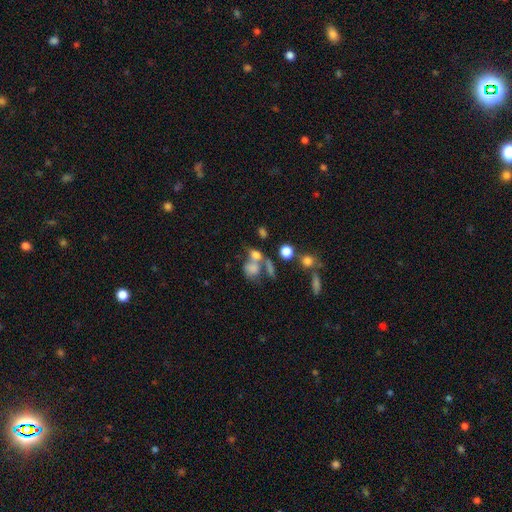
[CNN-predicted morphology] Smooth or featured? Predicted: smooth (p=0.67). How rounded? Predicted: in between (p=0.52). Merging? Predicted: merger (p=0.48).